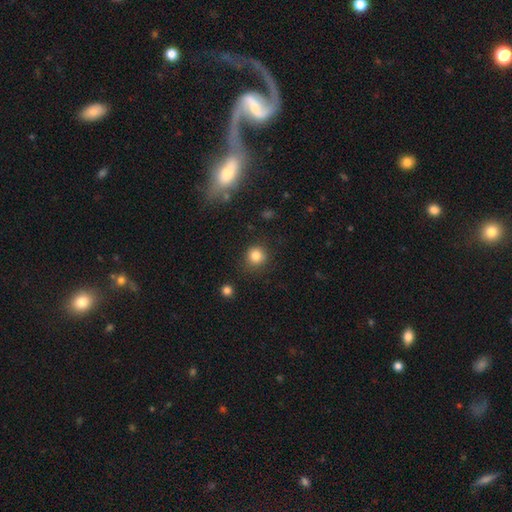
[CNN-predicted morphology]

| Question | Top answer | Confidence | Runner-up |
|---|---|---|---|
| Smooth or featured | smooth | 83% | star or artifact (12%) |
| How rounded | round | 90% | in between (9%) |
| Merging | none | 85% | minor disturbance (10%) |